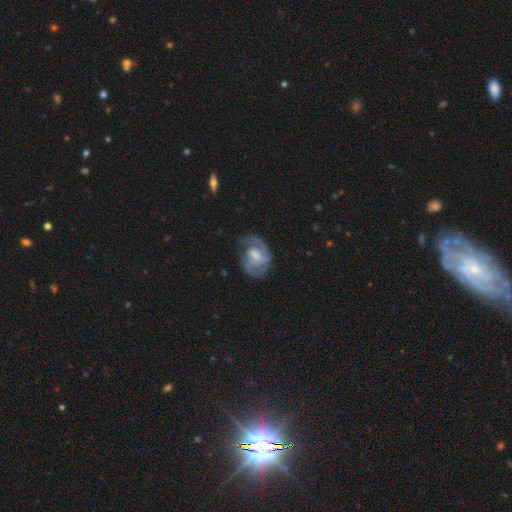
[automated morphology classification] type=featured or disk (81%); edge-on=no (97%); bar=weak (51%); spiral arms=yes (94%); winding=medium (46%); arm count=2 (64%); bulge=moderate (46%); merging=none (64%).